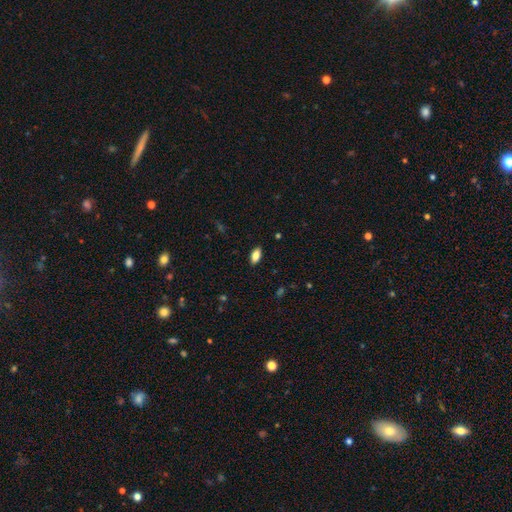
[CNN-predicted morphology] This is clearly a smooth galaxy (83%). How rounded: clearly in between (89%). Merging: clearly none (88%).